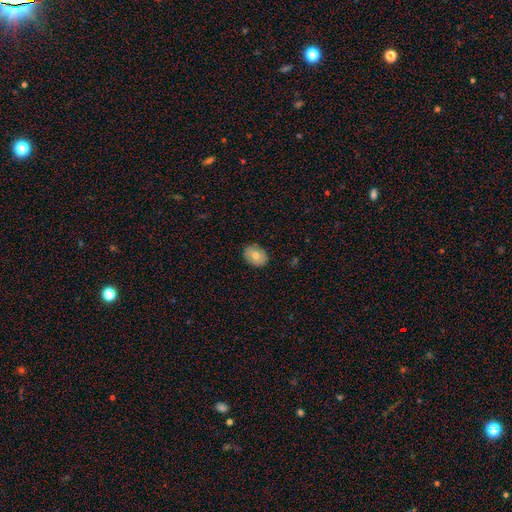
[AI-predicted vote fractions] Smooth or featured: smooth — 72% (featured or disk — 20%)
How rounded: in between — 65% (round — 34%)
Merging: none — 87% (minor disturbance — 10%)